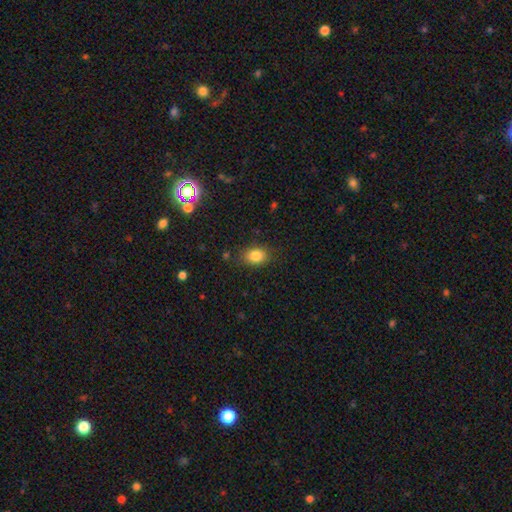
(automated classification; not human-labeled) The model was most divided on "how rounded": in between: 68%, round: 31%, cigar-shaped: 1%. More confident: smooth or featured — smooth (84%); merging — none (82%).